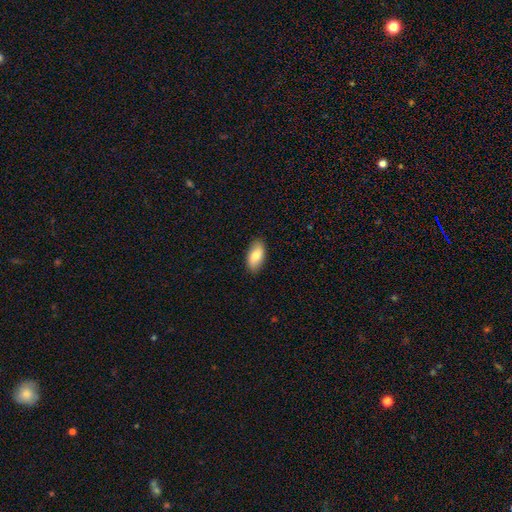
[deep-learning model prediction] Smooth or featured?
  - smooth: 79% *
  - featured or disk: 15%
  - star or artifact: 6%
How rounded?
  - in between: 92% *
  - cigar-shaped: 5%
  - round: 3%
Merging?
  - none: 88% *
  - minor disturbance: 9%
  - major disturbance: 2%
  - merger: 1%